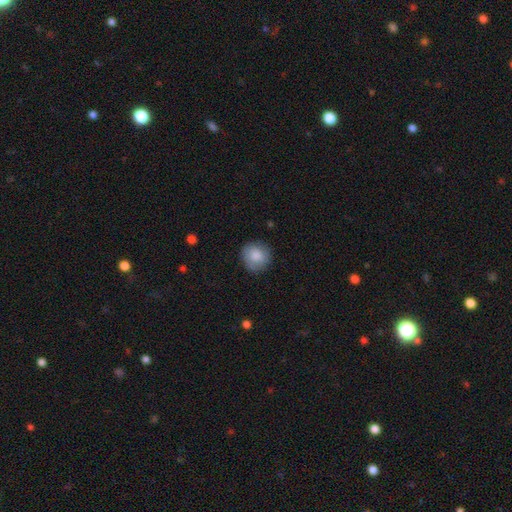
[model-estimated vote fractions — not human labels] A smooth galaxy with no disk features (83%) that is round (89%). Merging: none (82%).